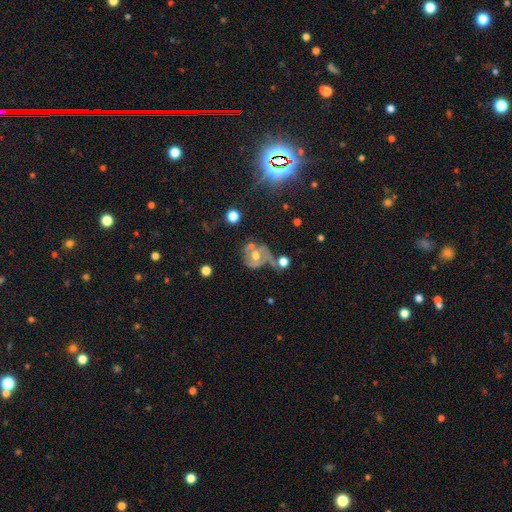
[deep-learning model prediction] featured or disk 63%, smooth 27%, star or artifact 10%. Down the decision tree: edge-on disk — no (96%); bar — no (69%); spiral arms — yes (60%); bulge size — moderate (67%); merging — none (37%).